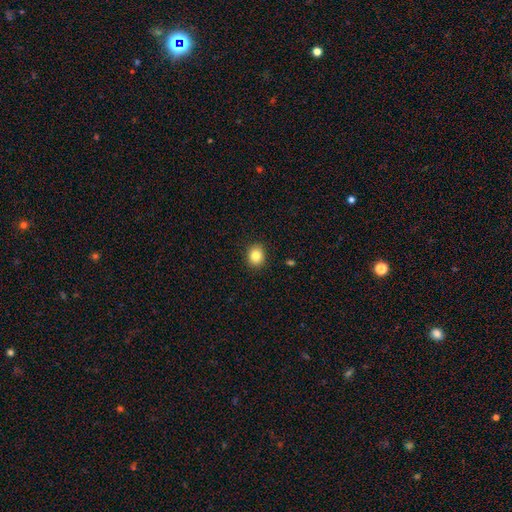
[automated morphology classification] The model was most divided on "how rounded": round: 67%, in between: 32%, cigar-shaped: 1%. More confident: merging — none (90%); smooth or featured — smooth (83%).